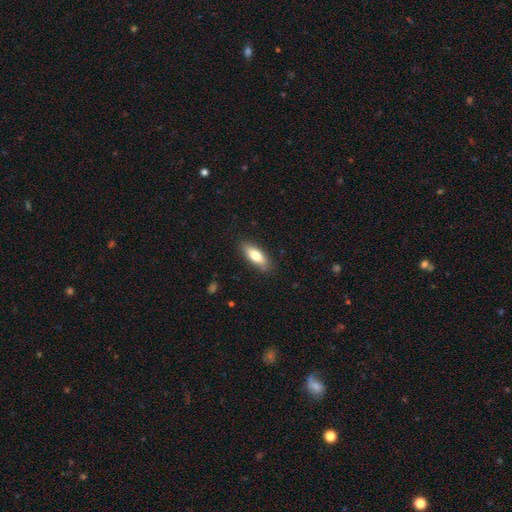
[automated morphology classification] This appears to be a smooth galaxy with no disk features (73%) that is in between round and cigar-shaped (69%). Merging: none (85%).